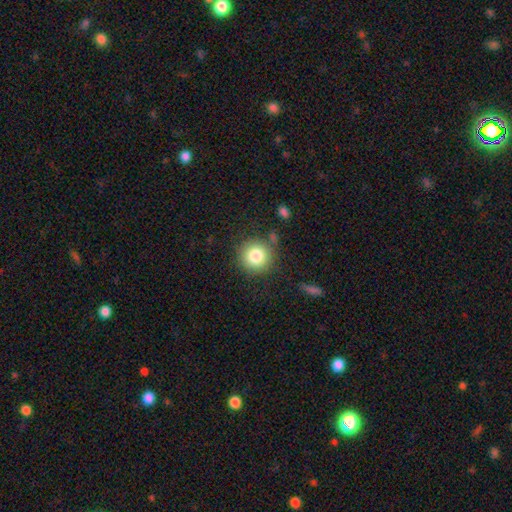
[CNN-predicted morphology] A smooth galaxy with no disk features (82%) that is round (94%).

Vote fractions:
- Smooth or featured? smooth: 82% / star or artifact: 10% / featured or disk: 8%
- How rounded? round: 94% / in between: 5% / cigar-shaped: 1%
- Merging? none: 83% / minor disturbance: 10% / major disturbance: 4% / merger: 3%